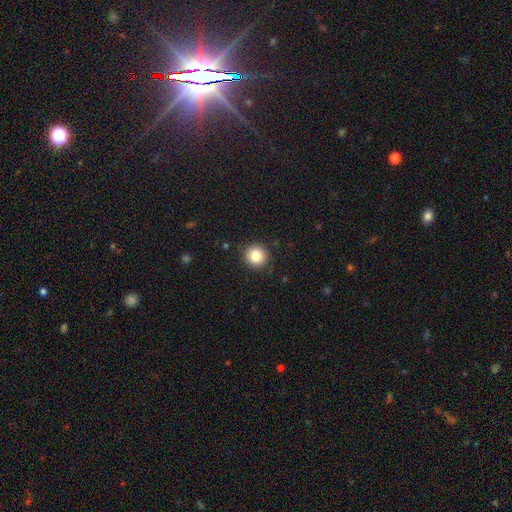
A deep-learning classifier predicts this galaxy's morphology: type=smooth (83%); roundness=round (93%); merging=none (91%).